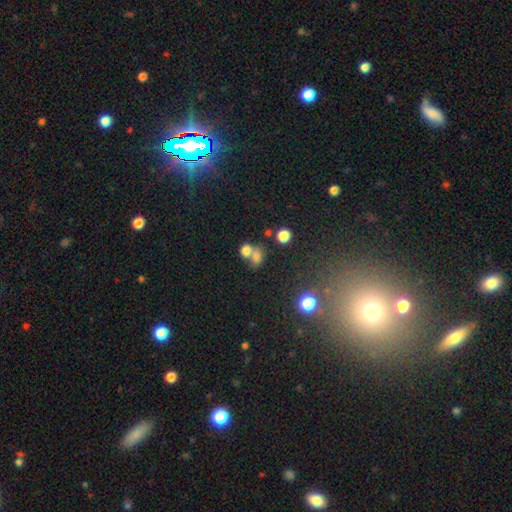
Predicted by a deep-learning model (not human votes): This is likely a smooth galaxy (71%). How rounded: possibly in between (54%). Merging: possibly merger (58%).